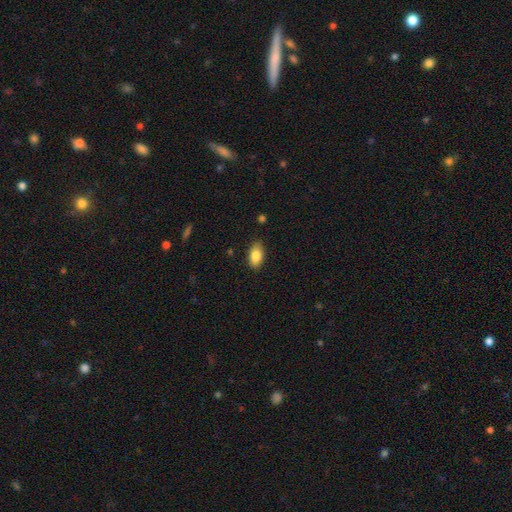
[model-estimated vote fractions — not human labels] smooth_or_featured: smooth (p=0.86) [alt: star or artifact p=0.07]
how_rounded: in between (p=0.92) [alt: round p=0.05]
merging: none (p=0.83) [alt: minor disturbance p=0.13]